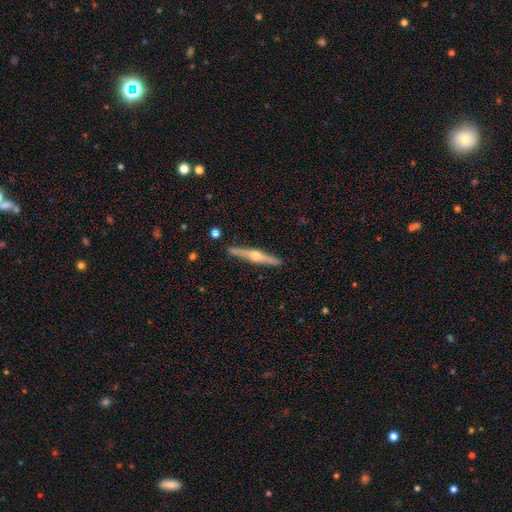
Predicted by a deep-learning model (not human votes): Smooth or featured? featured or disk (77%)
Edge-on disk? yes (98%)
Edge-on bulge? rounded (93%)
Merging? none (91%)